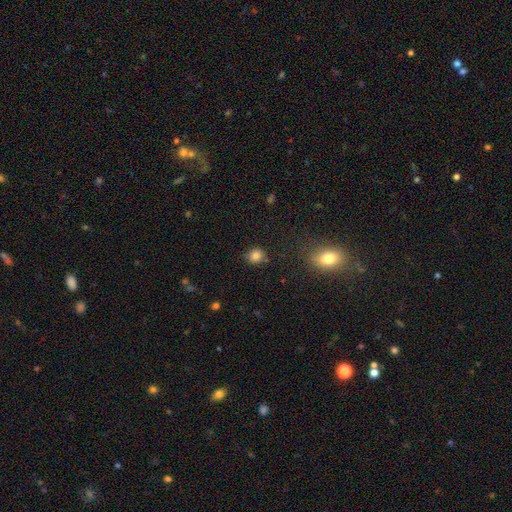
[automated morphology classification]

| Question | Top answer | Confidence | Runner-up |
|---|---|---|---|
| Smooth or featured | smooth | 82% | star or artifact (12%) |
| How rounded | round | 79% | in between (20%) |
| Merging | none | 81% | minor disturbance (13%) |